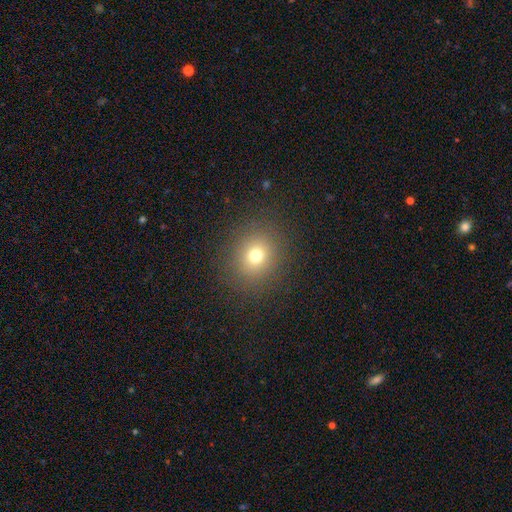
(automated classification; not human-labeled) A smooth galaxy with no disk features (72%) that is round (83%). Merging: none (88%).